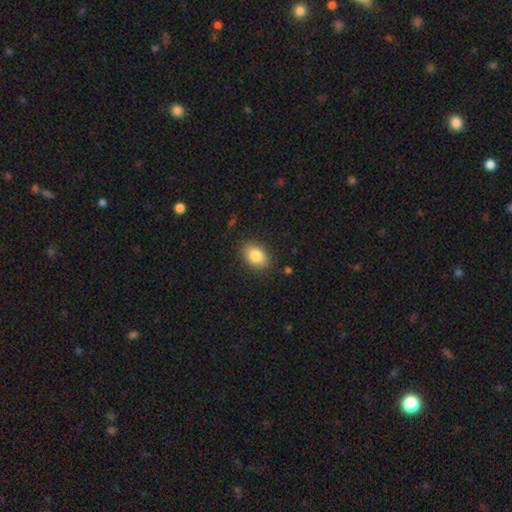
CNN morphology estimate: smooth 84%, featured or disk 8%, star or artifact 8%. Down the decision tree: how rounded — in between (85%); merging — none (86%).